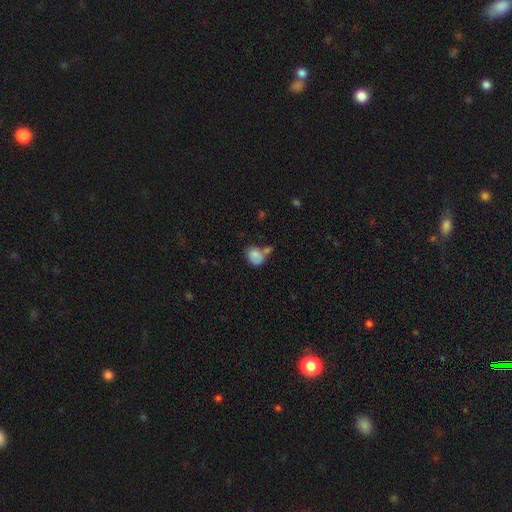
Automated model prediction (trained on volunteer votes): Q: Smooth or featured?
A: smooth (78%); runner-up: featured or disk (14%)
Q: How rounded?
A: in between (56%); runner-up: round (43%)
Q: Merging?
A: none (37%); runner-up: merger (34%)